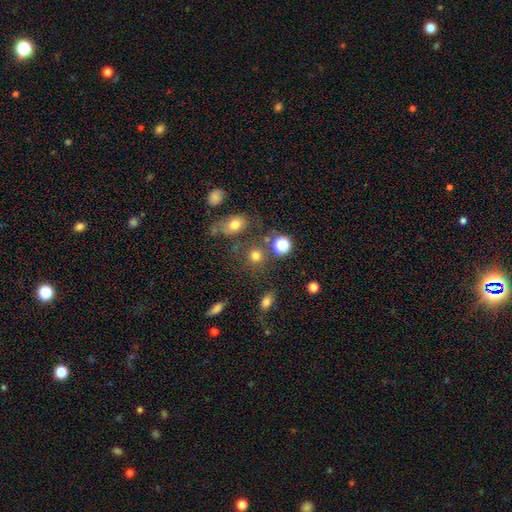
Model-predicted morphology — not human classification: This appears to be a smooth galaxy with no disk features (73%) that is round (84%). Merging: none (69%).